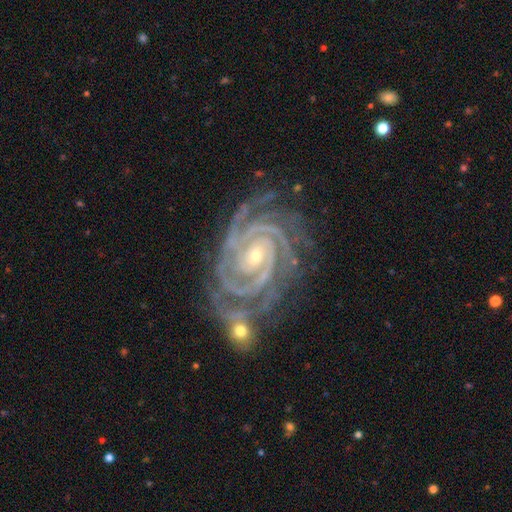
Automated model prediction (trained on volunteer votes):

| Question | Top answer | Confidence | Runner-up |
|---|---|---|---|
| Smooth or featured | featured or disk | 93% | star or artifact (5%) |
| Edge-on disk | no | 98% | yes (2%) |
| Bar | no | 45% | weak (31%) |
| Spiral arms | yes | 99% | no (1%) |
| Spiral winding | tight | 86% | medium (13%) |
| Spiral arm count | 3 | 29% | 2 (23%) |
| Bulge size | small | 66% | moderate (31%) |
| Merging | none | 67% | minor disturbance (18%) |